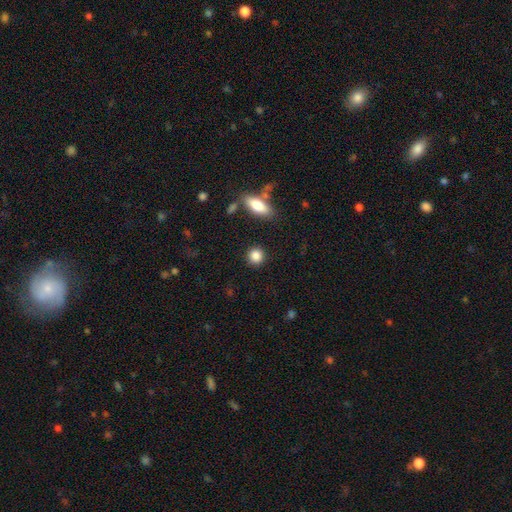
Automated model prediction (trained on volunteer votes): A smooth galaxy with no disk features (86%) that is round (87%).

Vote fractions:
- Smooth or featured? smooth: 86% / star or artifact: 9% / featured or disk: 5%
- How rounded? round: 87% / in between: 11% / cigar-shaped: 2%
- Merging? none: 88% / minor disturbance: 7% / major disturbance: 3% / merger: 2%